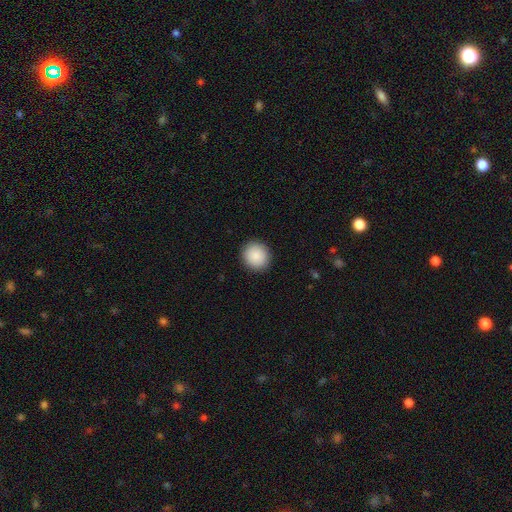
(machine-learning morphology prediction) Smooth or featured?
  - smooth: 89% *
  - star or artifact: 7%
  - featured or disk: 4%
How rounded?
  - round: 89% *
  - in between: 10%
  - cigar-shaped: 1%
Merging?
  - none: 92% *
  - minor disturbance: 6%
  - major disturbance: 2%
  - merger: 1%